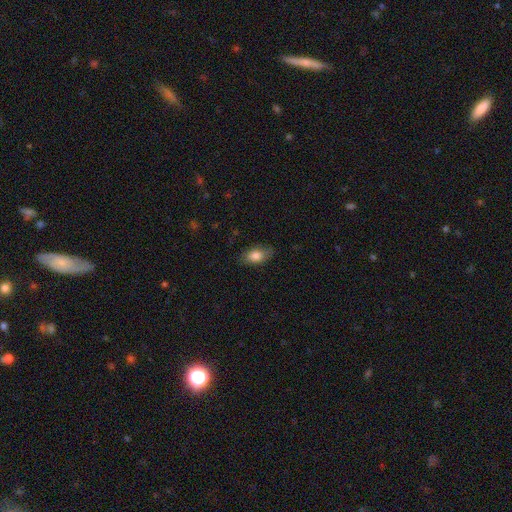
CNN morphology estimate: Q: Smooth or featured?
A: smooth (80%); runner-up: featured or disk (12%)
Q: How rounded?
A: in between (88%); runner-up: round (8%)
Q: Merging?
A: none (79%); runner-up: minor disturbance (16%)